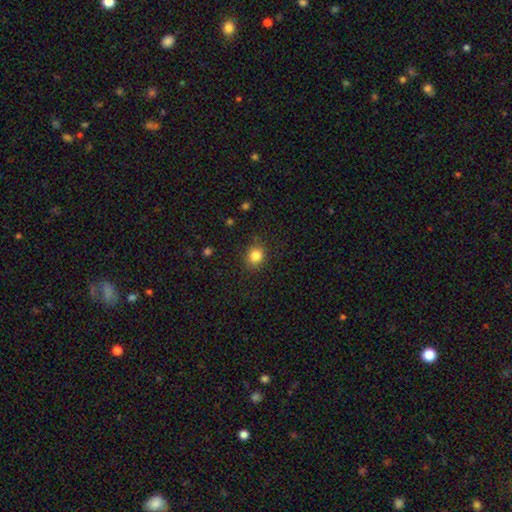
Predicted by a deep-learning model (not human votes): Smooth or featured?
  - smooth: 84% *
  - star or artifact: 11%
  - featured or disk: 5%
How rounded?
  - round: 79% *
  - in between: 20%
  - cigar-shaped: 1%
Merging?
  - none: 87% *
  - minor disturbance: 9%
  - major disturbance: 3%
  - merger: 1%